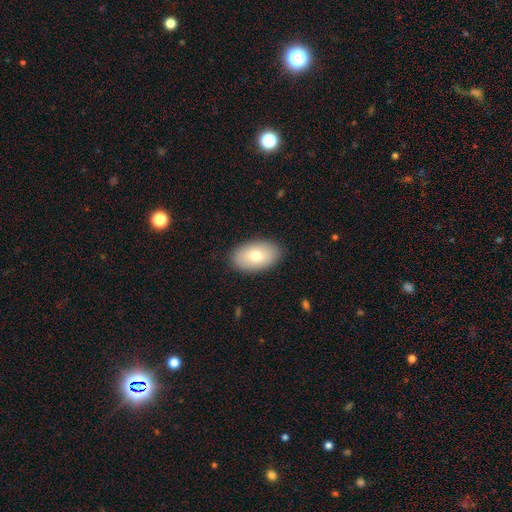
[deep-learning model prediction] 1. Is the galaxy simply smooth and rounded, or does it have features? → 73% smooth, 20% featured or disk, 7% star or artifact.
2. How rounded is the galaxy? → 92% in between, 7% round, 1% cigar-shaped.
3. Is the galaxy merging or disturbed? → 87% none, 9% minor disturbance, 2% major disturbance, 1% merger.